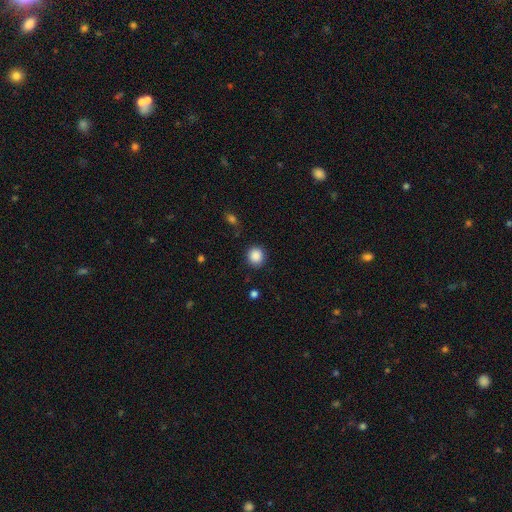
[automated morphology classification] A smooth galaxy with no disk features (88%) that is round (90%). Merging: none (89%).